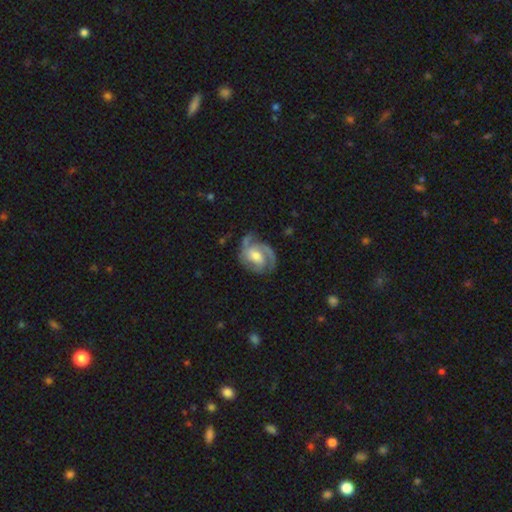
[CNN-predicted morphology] Smooth or featured? featured or disk (87%)
Edge-on disk? no (98%)
Bar? weak (44%)
Spiral arms? yes (97%)
Spiral winding? tight (46%)
Spiral arm count? 2 (49%)
Bulge size? moderate (60%)
Merging? none (69%)